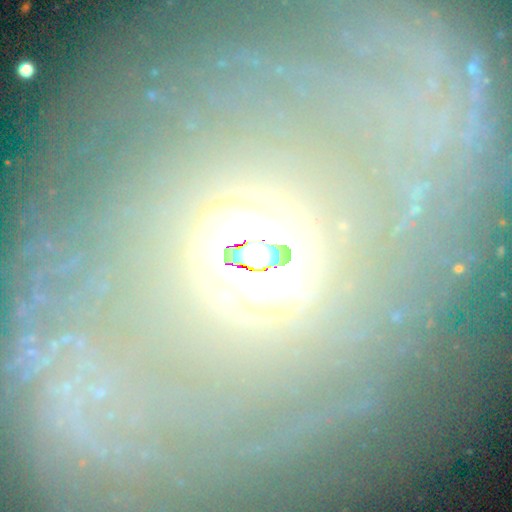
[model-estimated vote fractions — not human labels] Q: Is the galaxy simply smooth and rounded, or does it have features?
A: smooth — 40%.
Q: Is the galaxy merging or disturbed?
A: none — 76%.